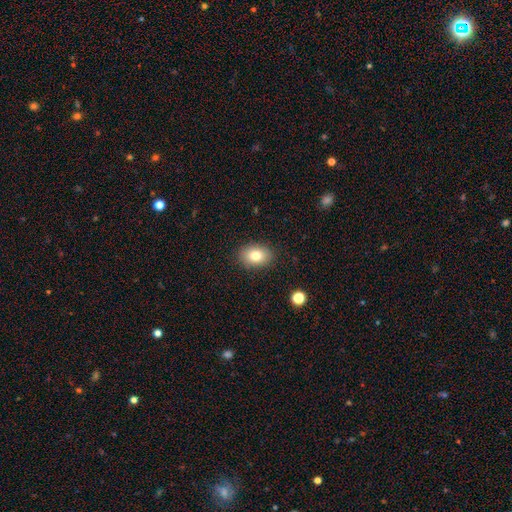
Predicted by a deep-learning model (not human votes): A smooth galaxy with no disk features (79%) that is in between round and cigar-shaped (77%). Merging: none (87%).